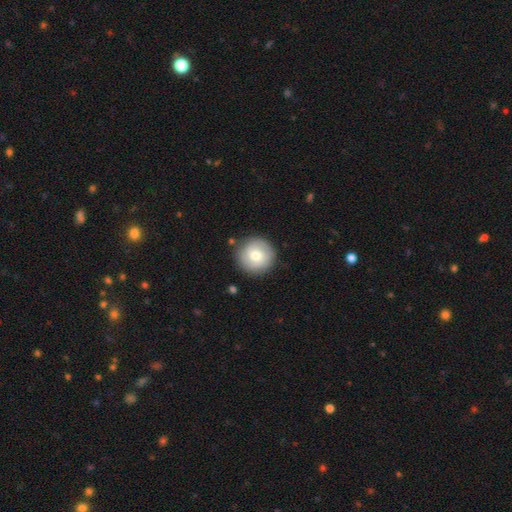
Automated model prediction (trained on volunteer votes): This is possibly a smooth galaxy (59%). How rounded: clearly round (94%). Merging: clearly none (85%).